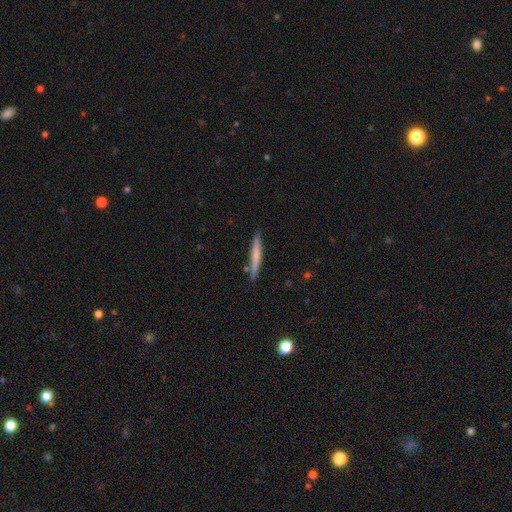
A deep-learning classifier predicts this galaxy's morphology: Smooth or featured? Predicted: smooth (p=0.59). How rounded? Predicted: cigar-shaped (p=0.96). Merging? Predicted: none (p=0.86).